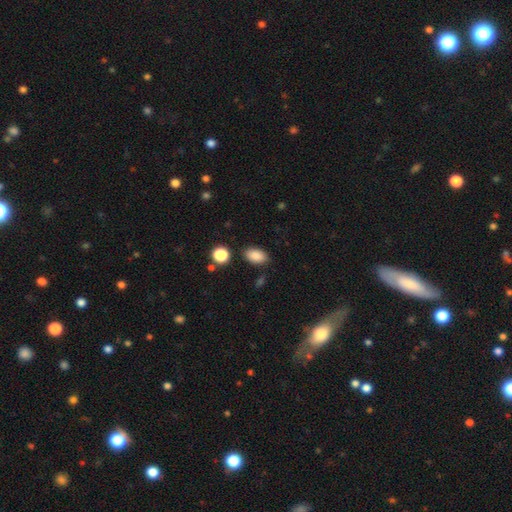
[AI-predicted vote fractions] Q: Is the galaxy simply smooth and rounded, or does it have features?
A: smooth — 87%.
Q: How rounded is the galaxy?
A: in between — 90%.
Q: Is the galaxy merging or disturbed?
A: none — 84%.